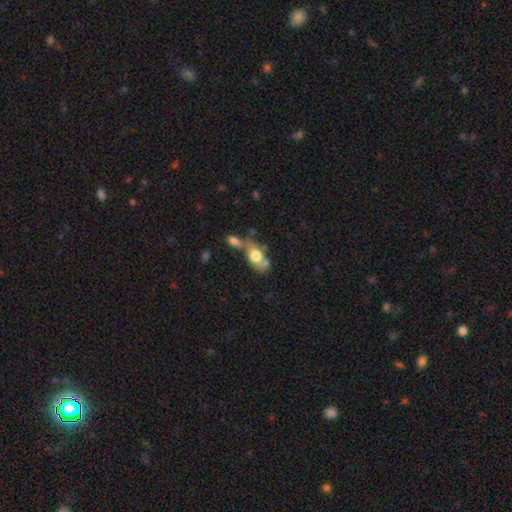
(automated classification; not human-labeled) Smooth or featured? smooth (69%)
How rounded? in between (73%)
Merging? merger (46%)